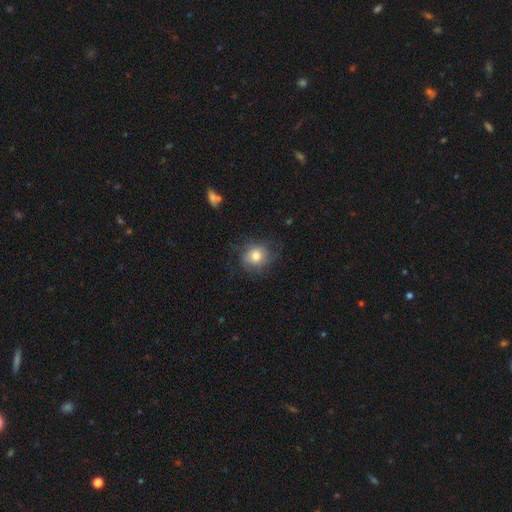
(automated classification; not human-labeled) Smooth or featured?
  - smooth: 73% *
  - featured or disk: 17%
  - star or artifact: 9%
How rounded?
  - round: 77% *
  - in between: 22%
  - cigar-shaped: 1%
Merging?
  - none: 68% *
  - minor disturbance: 21%
  - major disturbance: 10%
  - merger: 1%